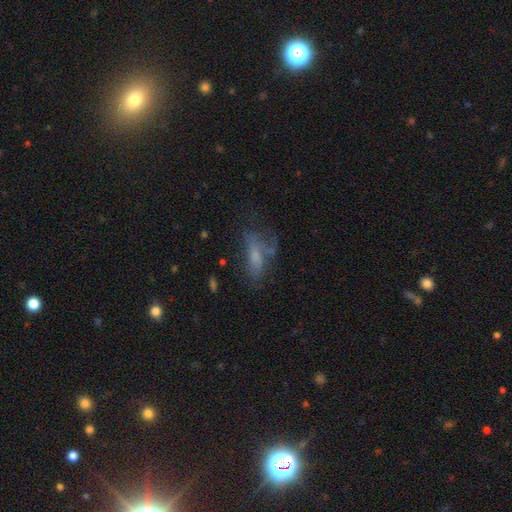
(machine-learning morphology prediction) This appears to be a smooth galaxy with no disk features (58%) that is in between round and cigar-shaped (69%). Merging: none (39%).